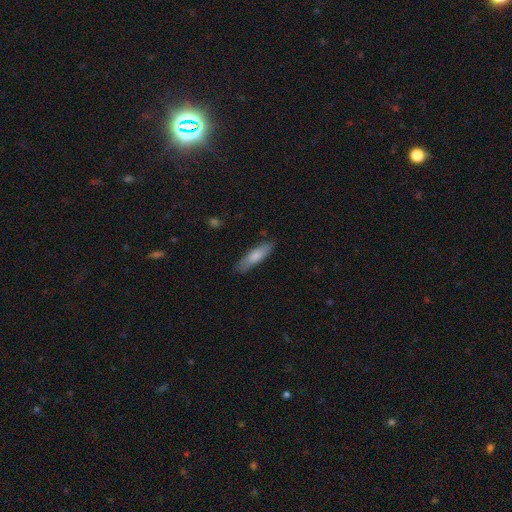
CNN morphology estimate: smooth-or-featured: smooth: 77% | featured or disk: 17% | star or artifact: 5%
  how-rounded: cigar-shaped: 69% | in between: 30% | round: 1%
  merging: none: 84% | minor disturbance: 12% | major disturbance: 2% | merger: 1%